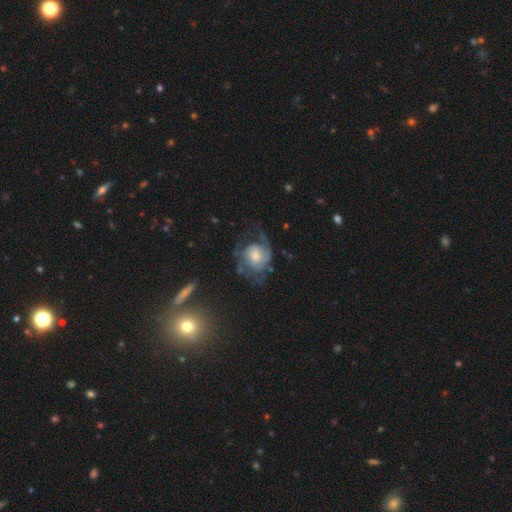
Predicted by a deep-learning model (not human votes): Smooth or featured?
  - featured or disk: 72% *
  - smooth: 20%
  - star or artifact: 8%
Edge-on disk?
  - no: 97% *
  - yes: 3%
Bar?
  - no: 70% *
  - weak: 26%
  - strong: 4%
Spiral arms?
  - yes: 86% *
  - no: 14%
Spiral winding?
  - medium: 42% *
  - tight: 33%
  - loose: 25%
Spiral arm count?
  - 2: 37% *
  - can't tell: 30%
  - 3: 12%
  - 1: 11%
  - 4: 5%
  - more than 4: 4%
Bulge size?
  - moderate: 48% *
  - small: 22%
  - large: 22%
  - none: 5%
  - dominant: 2%
Merging?
  - none: 47% *
  - major disturbance: 31%
  - minor disturbance: 20%
  - merger: 3%